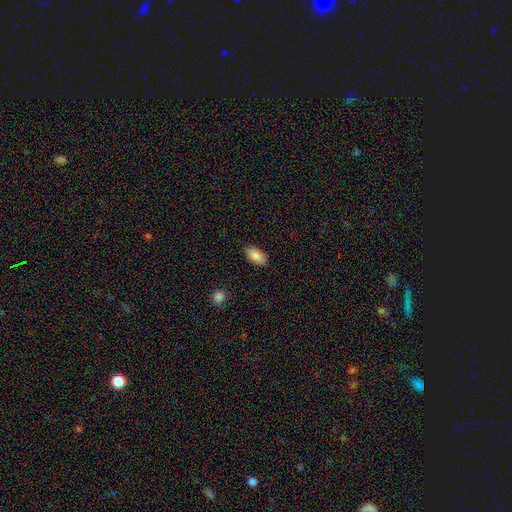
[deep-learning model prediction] Smooth or featured? smooth (87%)
How rounded? in between (94%)
Merging? none (86%)